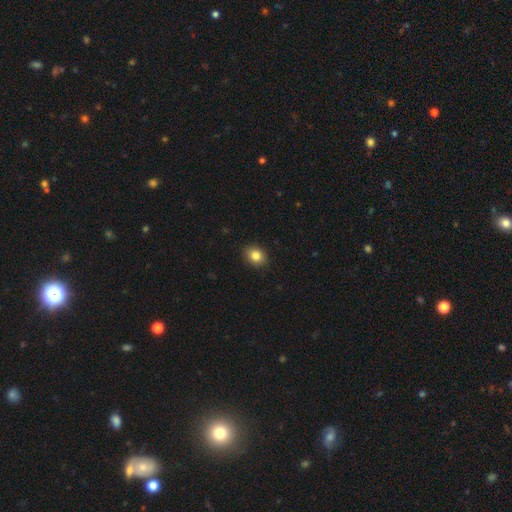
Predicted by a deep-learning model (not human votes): smooth-or-featured: smooth: 84% | star or artifact: 10% | featured or disk: 6%
  how-rounded: in between: 54% | round: 45% | cigar-shaped: 1%
  merging: none: 89% | minor disturbance: 8% | major disturbance: 2% | merger: 1%